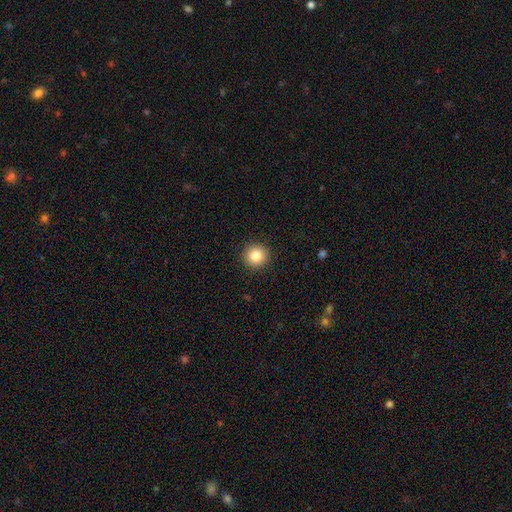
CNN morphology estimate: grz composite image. It shows a smooth galaxy with no disk features (85%) that is round (93%). Merging: none (91%).